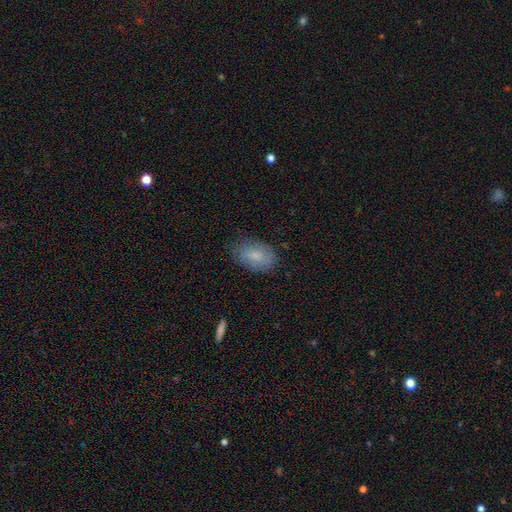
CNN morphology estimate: Q: Smooth or featured?
A: smooth (77%); runner-up: featured or disk (16%)
Q: How rounded?
A: in between (88%); runner-up: round (11%)
Q: Merging?
A: none (74%); runner-up: minor disturbance (20%)